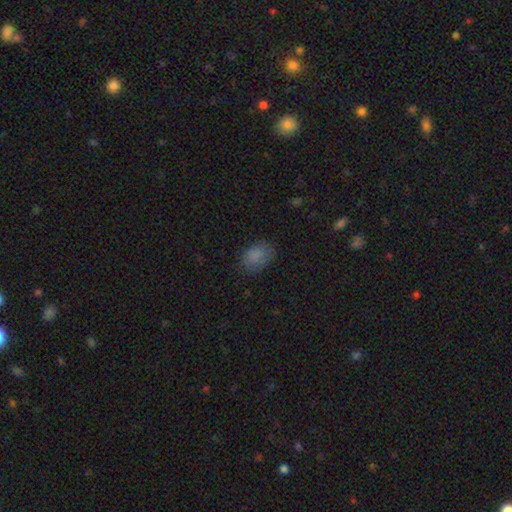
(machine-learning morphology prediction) Overall: smooth (83%). How rounded: in between (81%). Merging: none (74%).